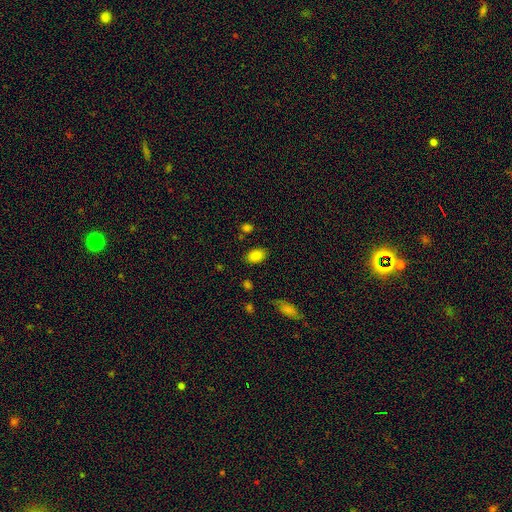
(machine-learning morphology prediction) Smooth or featured? Predicted: smooth (p=0.84). How rounded? Predicted: in between (p=0.86). Merging? Predicted: none (p=0.84).